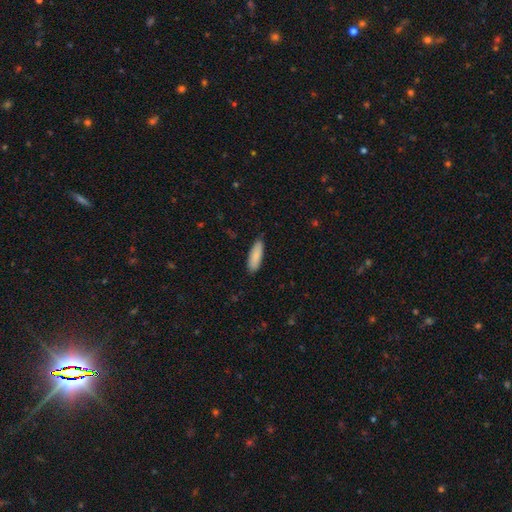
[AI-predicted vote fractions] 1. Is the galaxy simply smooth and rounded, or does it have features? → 88% smooth, 6% featured or disk, 5% star or artifact.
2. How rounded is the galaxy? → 54% in between, 45% cigar-shaped, 1% round.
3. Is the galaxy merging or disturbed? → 85% none, 12% minor disturbance, 2% major disturbance, 1% merger.